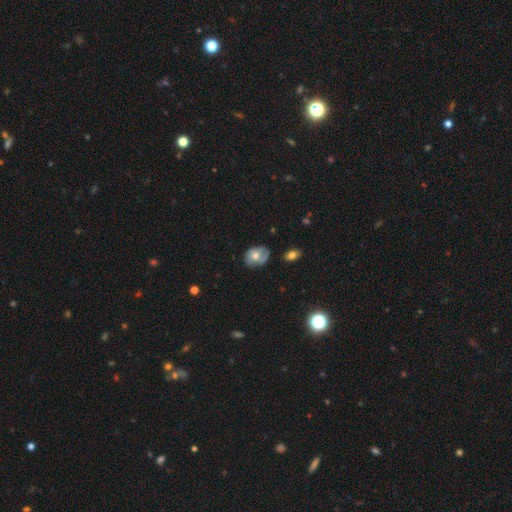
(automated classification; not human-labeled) smooth-or-featured: smooth: 52% | featured or disk: 39% | star or artifact: 8%
  how-rounded: in between: 58% | round: 41% | cigar-shaped: 1%
  merging: none: 63% | minor disturbance: 27% | major disturbance: 7% | merger: 2%